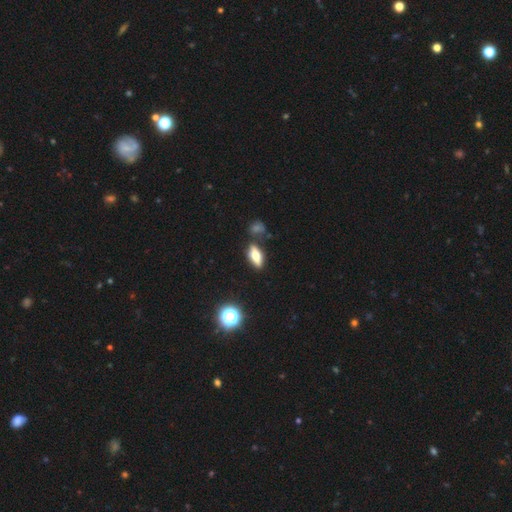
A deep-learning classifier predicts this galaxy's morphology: type=smooth (59%); roundness=in between (68%); merging=none (78%).